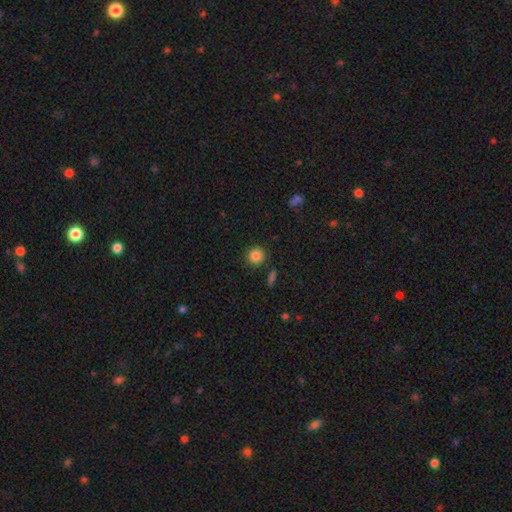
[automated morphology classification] A smooth galaxy with no disk features (86%) that is round (90%).

Vote fractions:
- Smooth or featured? smooth: 86% / star or artifact: 10% / featured or disk: 4%
- How rounded? round: 90% / in between: 9% / cigar-shaped: 1%
- Merging? none: 87% / minor disturbance: 7% / merger: 3% / major disturbance: 2%